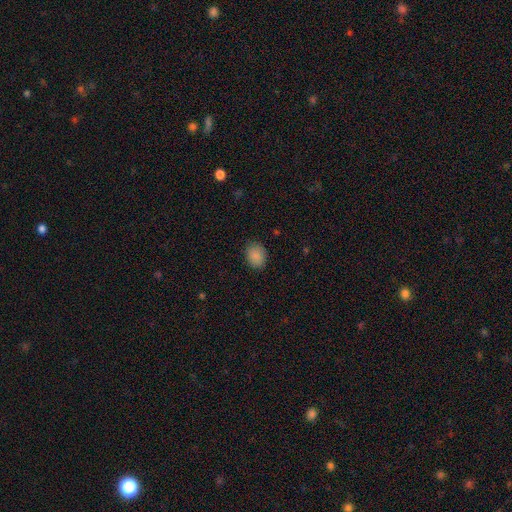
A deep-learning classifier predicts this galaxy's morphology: Q: Smooth or featured?
A: smooth (88%); runner-up: star or artifact (9%)
Q: How rounded?
A: in between (59%); runner-up: round (40%)
Q: Merging?
A: none (86%); runner-up: minor disturbance (11%)